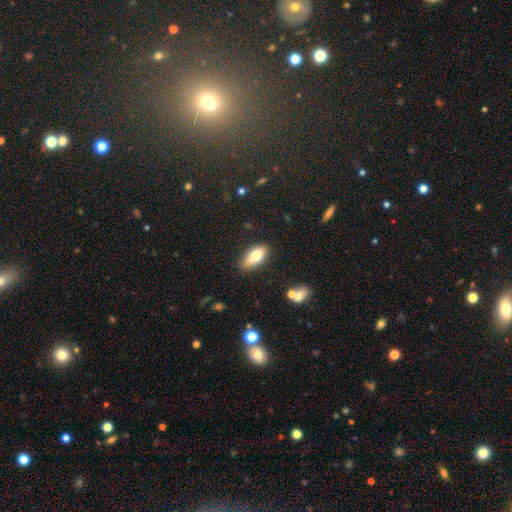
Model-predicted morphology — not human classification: This is likely a smooth galaxy (77%). How rounded: clearly in between (81%). Merging: clearly none (81%).